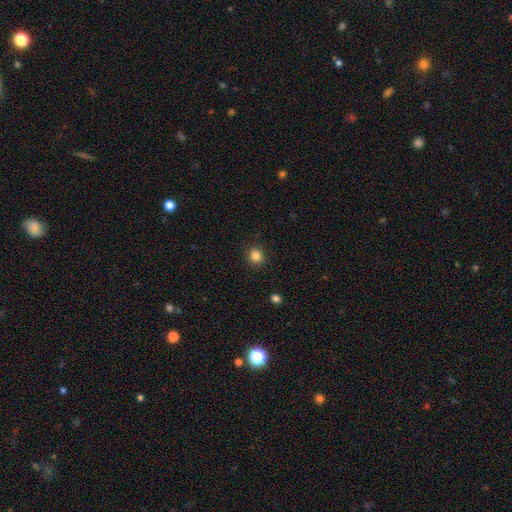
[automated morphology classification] This is clearly a smooth galaxy (83%). How rounded: clearly round (89%). Merging: clearly none (91%).